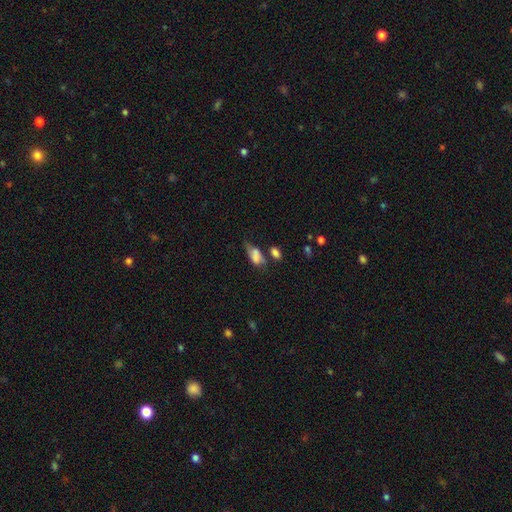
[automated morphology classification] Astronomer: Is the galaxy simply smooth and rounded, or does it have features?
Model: smooth — 73%.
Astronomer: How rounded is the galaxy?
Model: in between — 86%.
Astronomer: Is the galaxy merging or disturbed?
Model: none — 31% (runner-up: minor disturbance, 29%).